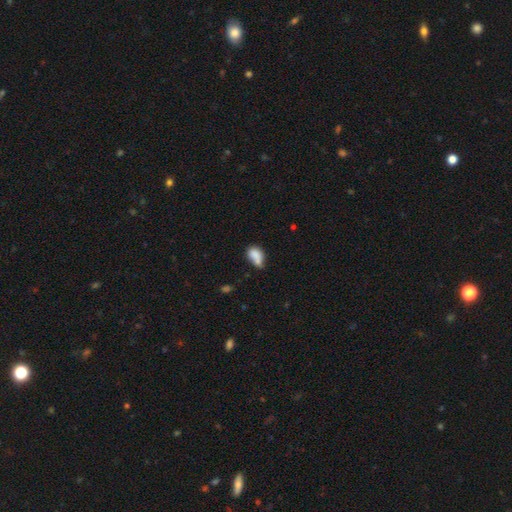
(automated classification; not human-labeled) A smooth galaxy with no disk features (77%) that is in between round and cigar-shaped (79%).

Vote fractions:
- Smooth or featured? smooth: 77% / featured or disk: 13% / star or artifact: 9%
- How rounded? in between: 79% / round: 18% / cigar-shaped: 3%
- Merging? none: 34% / minor disturbance: 28% / merger: 27% / major disturbance: 12%